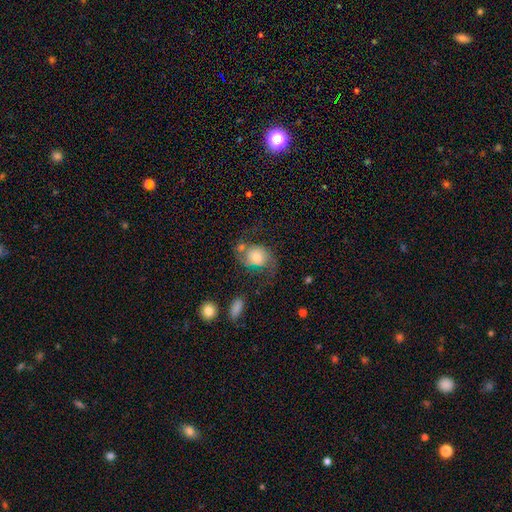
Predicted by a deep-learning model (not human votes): Smooth or featured? Predicted: featured or disk (p=0.59). Edge-on disk? Predicted: no (p=0.97). Bar? Predicted: no (p=0.70). Spiral arms? Predicted: yes (p=0.88). Bulge size? Predicted: moderate (p=0.48). Merging? Predicted: none (p=0.51).